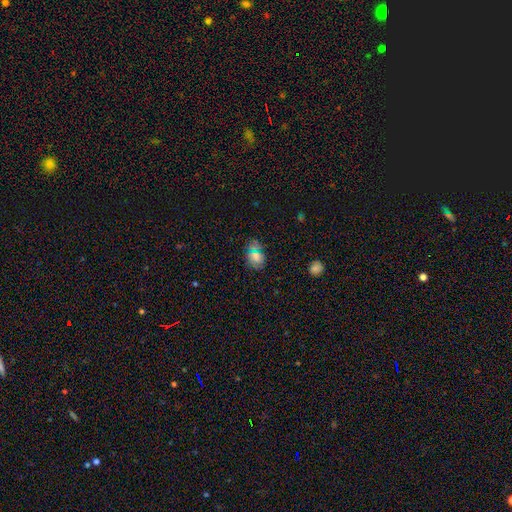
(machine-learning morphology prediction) Q: Smooth or featured?
A: smooth (65%); runner-up: star or artifact (25%)
Q: How rounded?
A: in between (54%); runner-up: round (44%)
Q: Merging?
A: none (81%); runner-up: minor disturbance (13%)